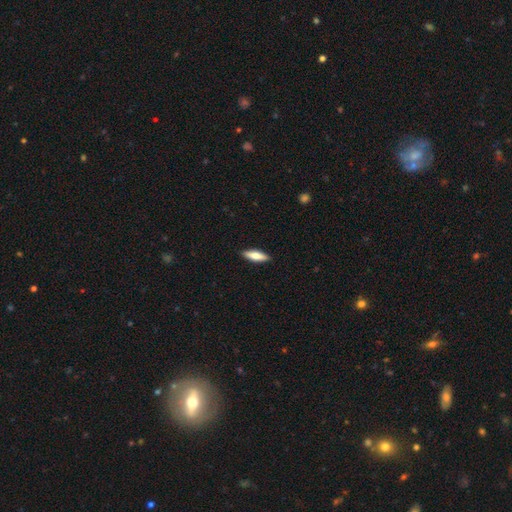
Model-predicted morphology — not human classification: smooth-or-featured: smooth: 68% | featured or disk: 27% | star or artifact: 5%
  how-rounded: cigar-shaped: 55% | in between: 43% | round: 2%
  merging: none: 91% | minor disturbance: 7% | major disturbance: 2% | merger: 1%